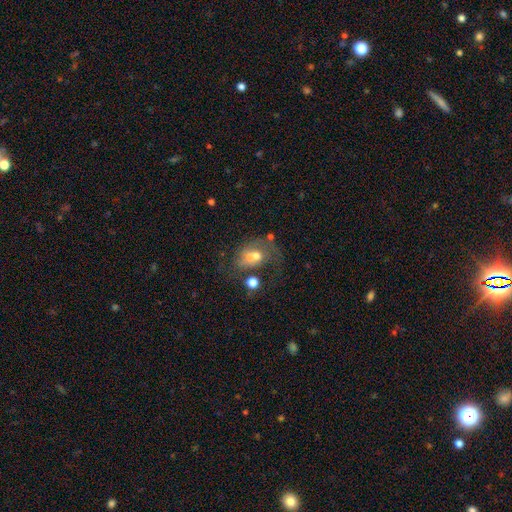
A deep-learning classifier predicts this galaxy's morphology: Smooth or featured: smooth — 45% (featured or disk — 42%)
Merging: major disturbance — 35% (none — 27%)